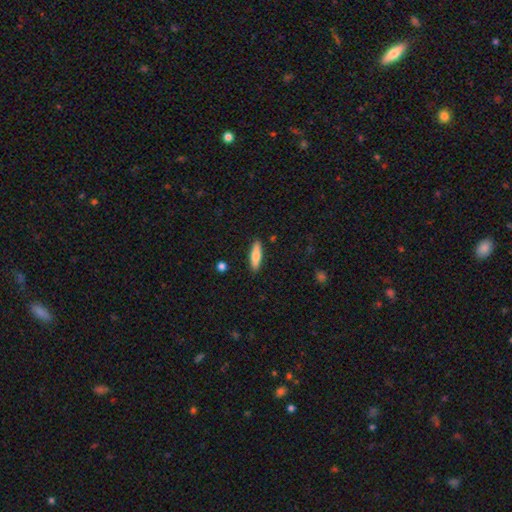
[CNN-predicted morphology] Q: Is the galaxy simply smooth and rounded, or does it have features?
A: smooth — 73%.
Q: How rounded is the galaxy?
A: cigar-shaped — 67%.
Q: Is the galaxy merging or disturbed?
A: none — 89%.